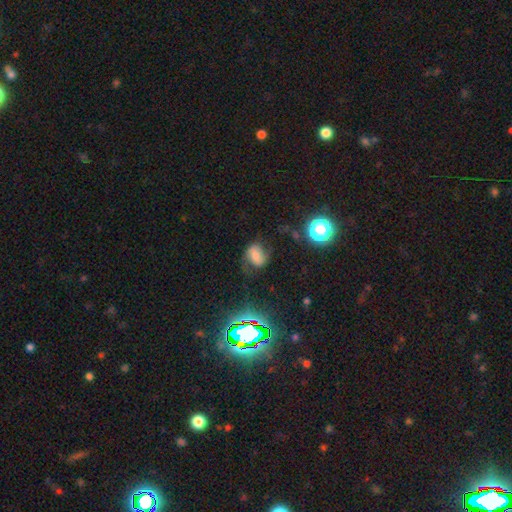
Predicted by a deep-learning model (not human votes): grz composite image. It shows a smooth galaxy with no disk features (42%). Merging: none (53%).